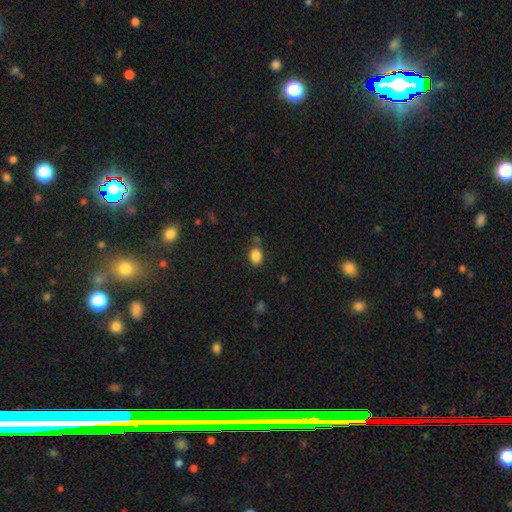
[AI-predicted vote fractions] Q: Smooth or featured?
A: smooth (86%); runner-up: star or artifact (10%)
Q: How rounded?
A: in between (72%); runner-up: round (27%)
Q: Merging?
A: none (70%); runner-up: minor disturbance (16%)